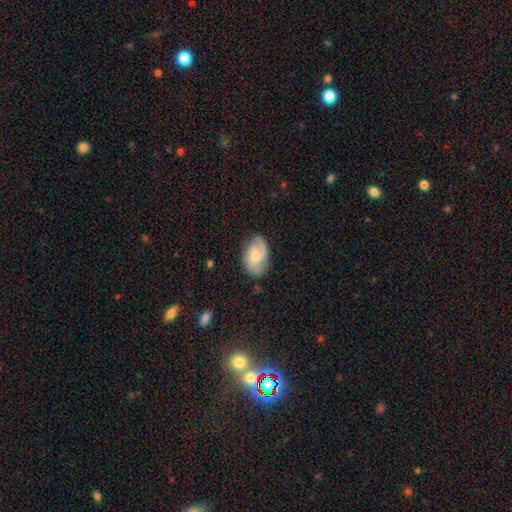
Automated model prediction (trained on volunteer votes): smooth-or-featured: featured or disk: 65% | smooth: 29% | star or artifact: 6%
  disk-edge-on: no: 97% | yes: 3%
    bar: no: 58% | weak: 37% | strong: 5%
    has-spiral-arms: yes: 93% | no: 7%
      spiral-winding: medium: 48% | tight: 28% | loose: 23%
      spiral-arm-count: 2: 74% | can't tell: 11% | 3: 7% | 1: 5% | 4: 2% | more than 4: 1%
    bulge-size: small: 42% (tied) | moderate: 42% (tied) | none: 8% | large: 6% | dominant: 1%
  merging: none: 73% | minor disturbance: 20% | major disturbance: 6% | merger: 1%